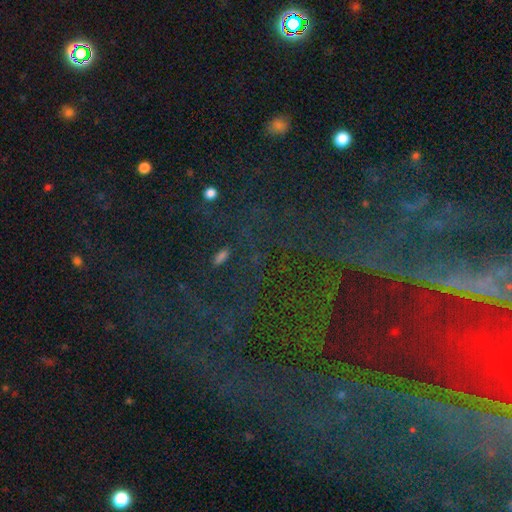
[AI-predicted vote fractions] Q: Smooth or featured?
A: star or artifact (76%); runner-up: featured or disk (13%)